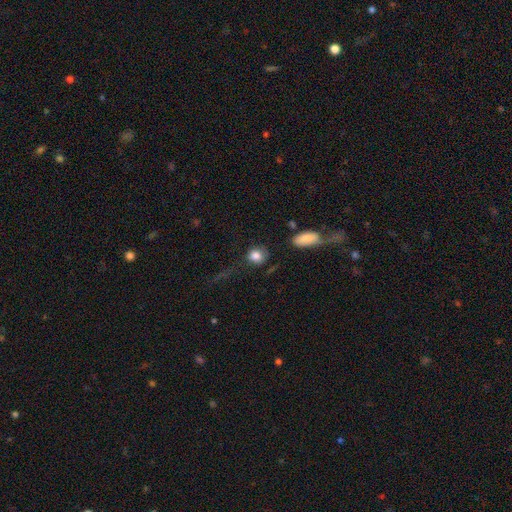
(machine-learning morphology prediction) Smooth or featured: smooth — 84% (star or artifact — 9%)
How rounded: round — 76% (in between — 23%)
Merging: none — 64% (minor disturbance — 20%)